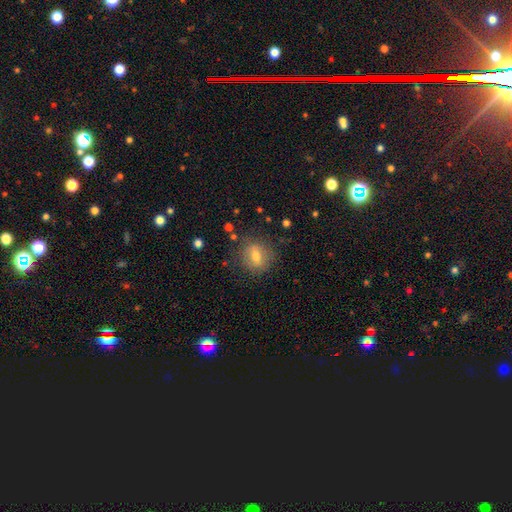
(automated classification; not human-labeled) Overall: smooth (64%; featured or disk 26%). How rounded: round (71%). Merging: none (80%).